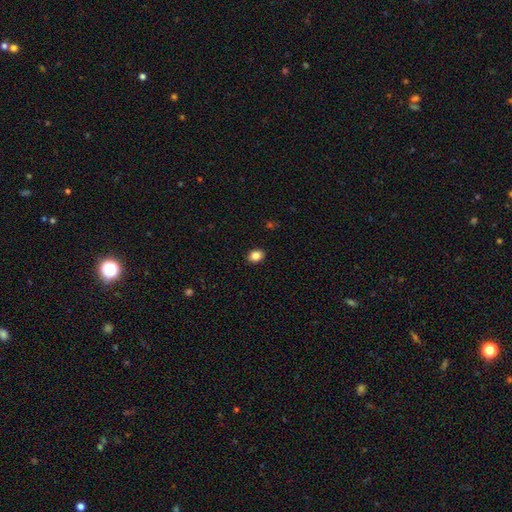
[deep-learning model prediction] smooth-or-featured: smooth: 86% | star or artifact: 9% | featured or disk: 5%
  how-rounded: in between: 63% | round: 36% | cigar-shaped: 1%
  merging: none: 90% | minor disturbance: 7% | major disturbance: 2% | merger: 1%